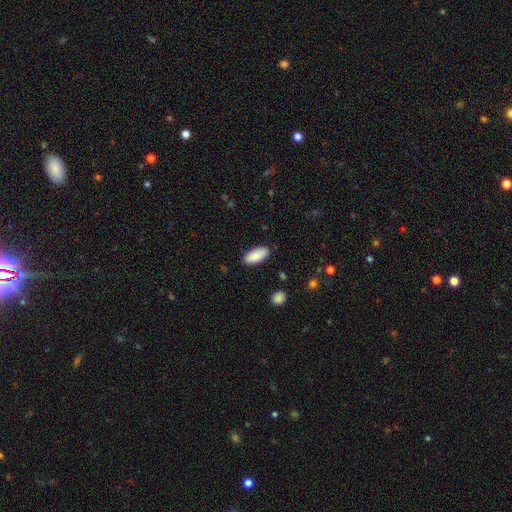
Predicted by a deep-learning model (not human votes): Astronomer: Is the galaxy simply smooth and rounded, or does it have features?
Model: smooth — 89%.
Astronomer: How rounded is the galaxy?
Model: in between — 88%.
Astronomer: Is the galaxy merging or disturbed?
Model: none — 88%.